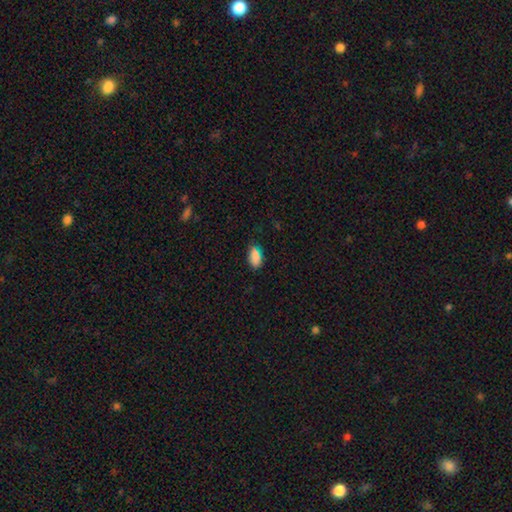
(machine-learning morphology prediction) Overall: smooth (84%). How rounded: in between (91%). Merging: none (73%).